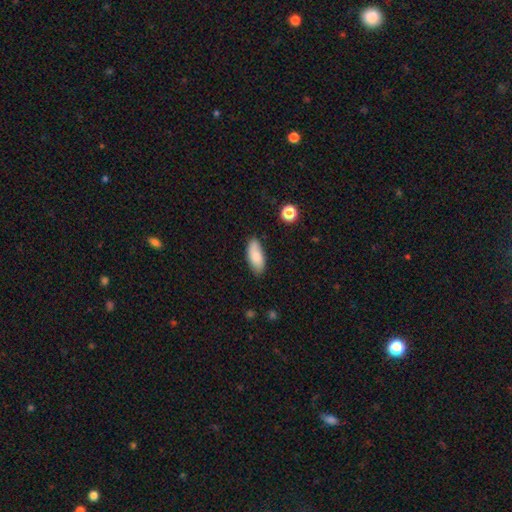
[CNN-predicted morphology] A smooth galaxy with no disk features (82%) that is in between round and cigar-shaped (85%).

Vote fractions:
- Smooth or featured? smooth: 82% / featured or disk: 11% / star or artifact: 7%
- How rounded? in between: 85% / cigar-shaped: 13% / round: 2%
- Merging? none: 80% / minor disturbance: 15% / major disturbance: 3% / merger: 2%